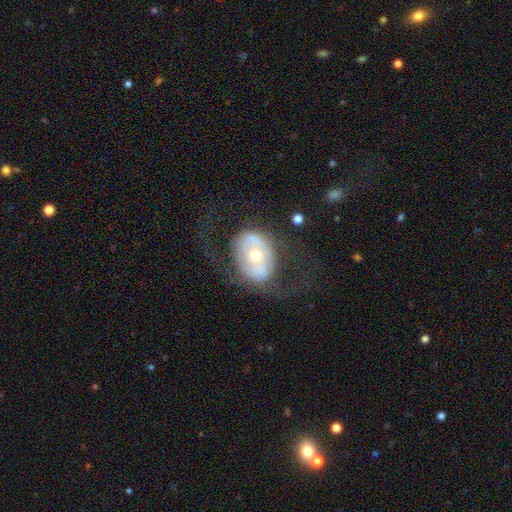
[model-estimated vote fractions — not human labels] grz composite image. It shows a featured or disk galaxy (69%) with no bar (54%), spiral arms (55%) and a moderate central bulge (49%). Merging: none (57%).